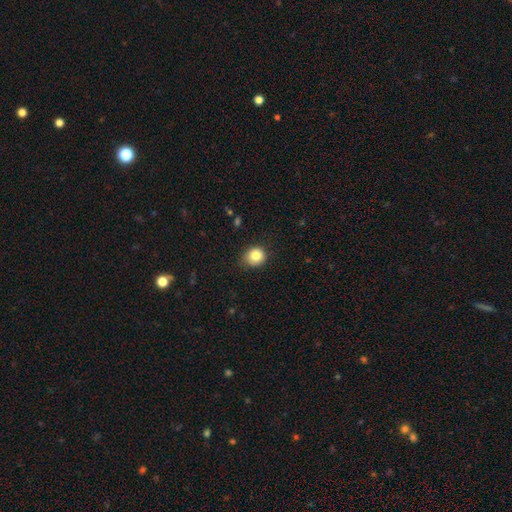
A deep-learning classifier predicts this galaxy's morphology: This is clearly a smooth galaxy (83%). How rounded: clearly round (82%). Merging: likely none (75%).